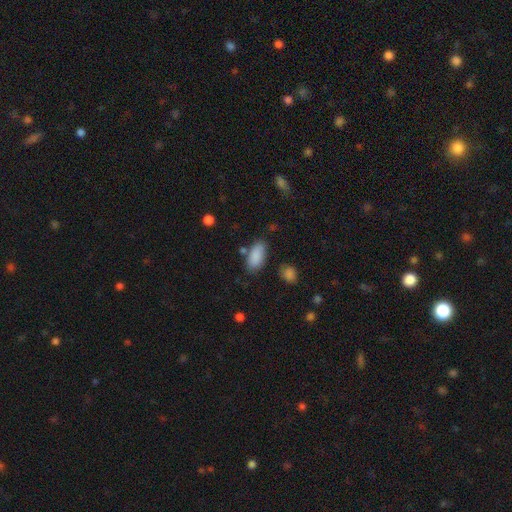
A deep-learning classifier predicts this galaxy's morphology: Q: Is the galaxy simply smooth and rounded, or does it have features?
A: smooth — 87%.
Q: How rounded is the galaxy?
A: in between — 90%.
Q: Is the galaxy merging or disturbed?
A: none — 73%.